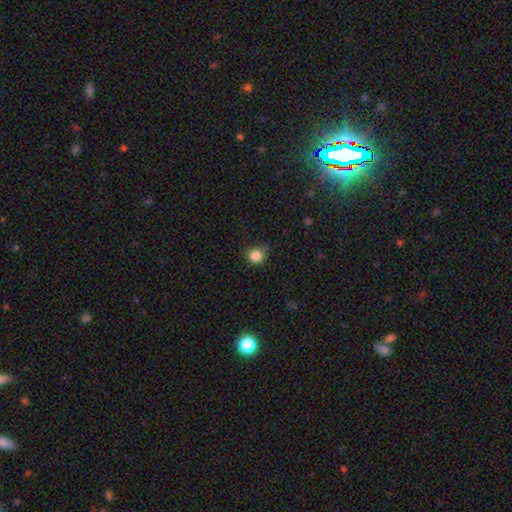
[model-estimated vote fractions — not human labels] A smooth galaxy with no disk features (84%) that is round (85%). Merging: none (70%).